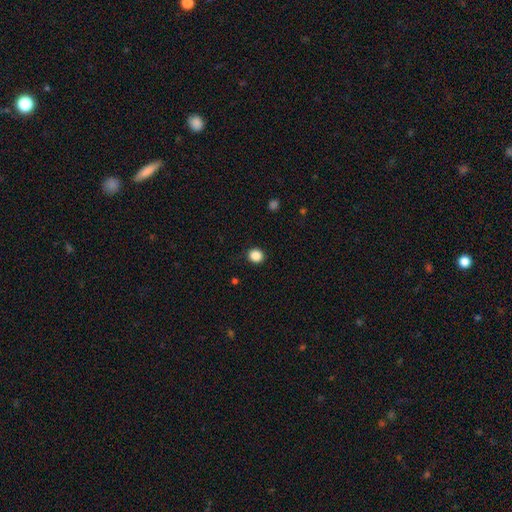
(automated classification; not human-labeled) This appears to be a smooth galaxy with no disk features (87%) that is round (88%). Merging: none (91%).